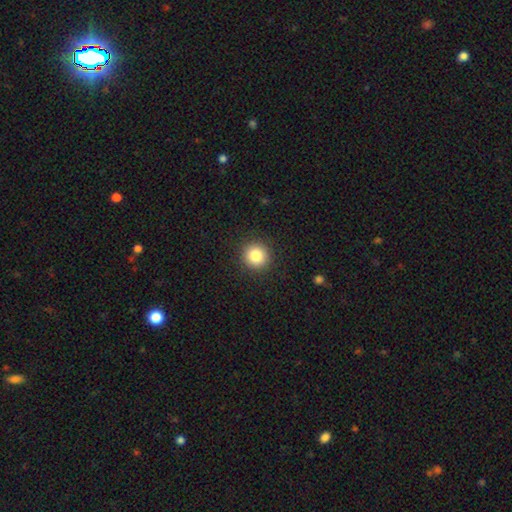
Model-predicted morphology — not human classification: Overall: smooth (84%). How rounded: round (94%). Merging: none (92%).